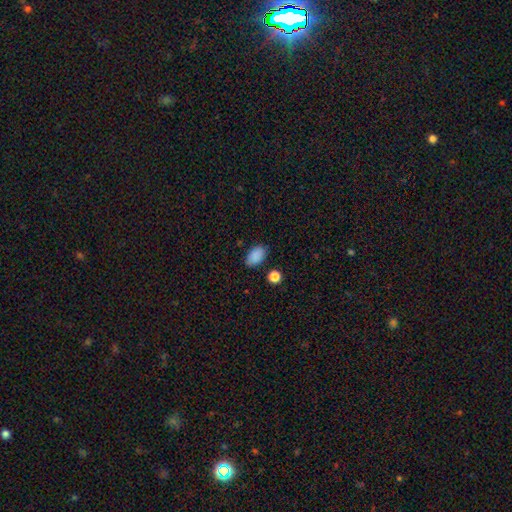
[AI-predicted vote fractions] smooth-or-featured: smooth: 88% | star or artifact: 8% | featured or disk: 4%
  how-rounded: in between: 91% | round: 7% | cigar-shaped: 2%
  merging: none: 84% | minor disturbance: 11% | major disturbance: 3% | merger: 3%